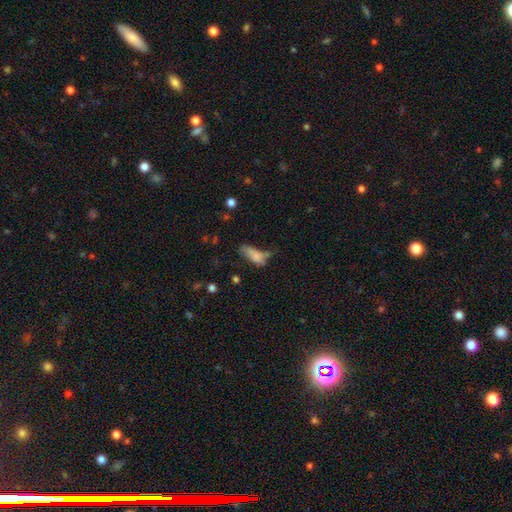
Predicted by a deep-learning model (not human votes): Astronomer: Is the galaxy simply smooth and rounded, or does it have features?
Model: smooth — 71%.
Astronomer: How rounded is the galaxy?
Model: in between — 80%.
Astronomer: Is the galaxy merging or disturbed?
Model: minor disturbance — 30% (runner-up: none, 29%).